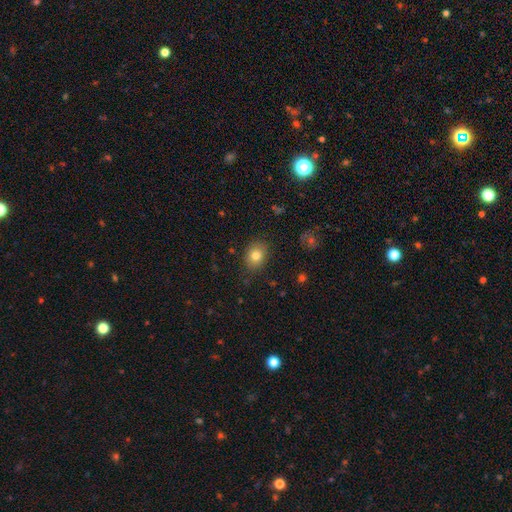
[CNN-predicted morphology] Q: Smooth or featured?
A: smooth (81%); runner-up: star or artifact (10%)
Q: How rounded?
A: in between (58%); runner-up: round (41%)
Q: Merging?
A: none (84%); runner-up: minor disturbance (12%)